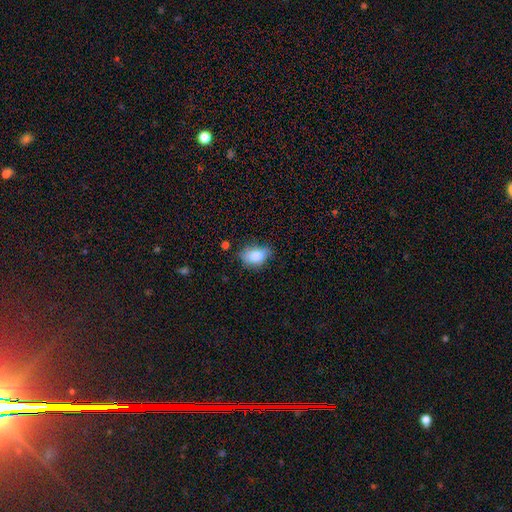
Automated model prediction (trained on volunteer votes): A smooth galaxy with no disk features (83%) that is in between round and cigar-shaped (82%). Merging: none (55%).